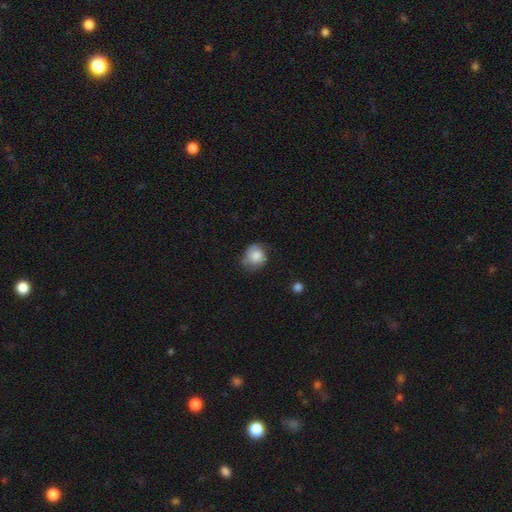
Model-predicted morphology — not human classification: Overall: smooth (82%). How rounded: round (79%). Merging: none (59%; minor disturbance 31%).